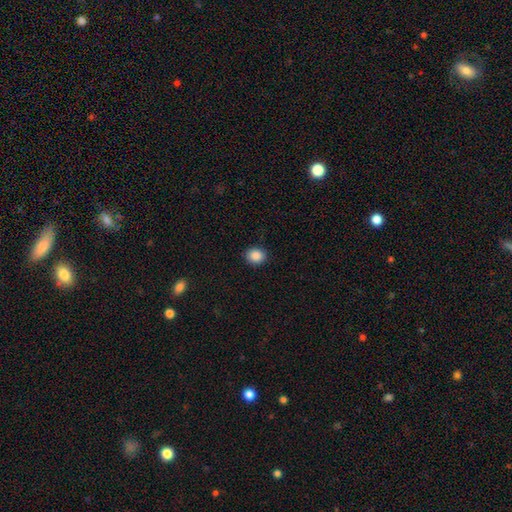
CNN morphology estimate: type=smooth (87%); roundness=round (68%); merging=none (90%).